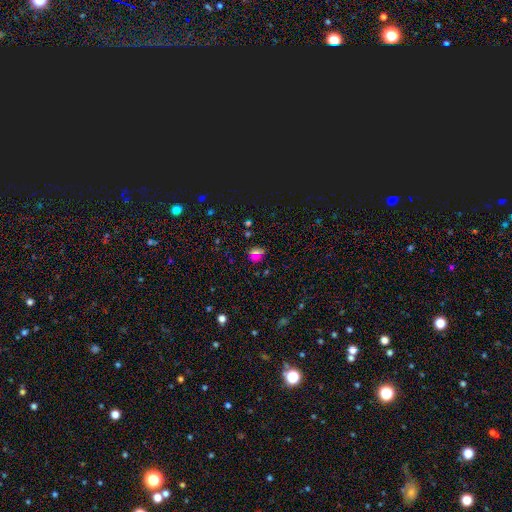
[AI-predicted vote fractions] Smooth or featured? smooth (53%)
How rounded? round (78%)
Merging? none (77%)